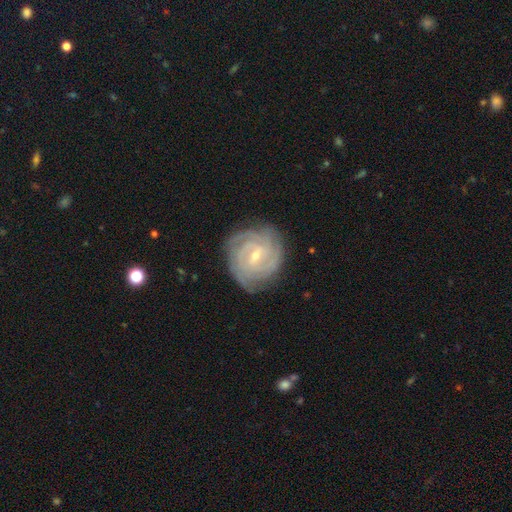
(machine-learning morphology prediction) Overall: featured or disk (87%). Edge-on disk: no (97%). Bar: weak (56%; no 25%). Spiral arms: yes (97%). Spiral arm count: 4 (26%, tied with can't tell). Spiral winding: tight (80%). Bulge size: small (63%; moderate 34%). Merging: none (81%).